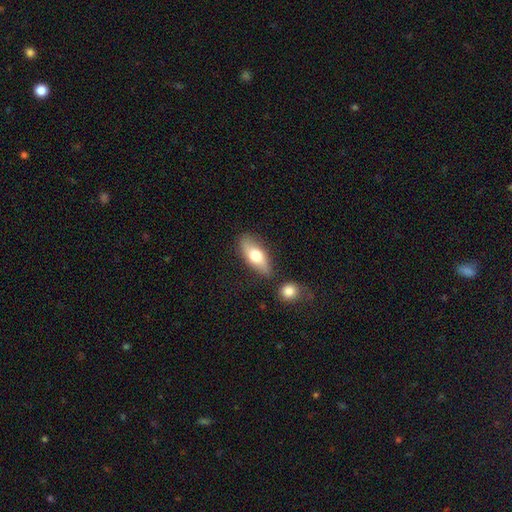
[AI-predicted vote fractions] Smooth or featured: smooth — 64% (featured or disk — 30%)
How rounded: in between — 76% (cigar-shaped — 21%)
Merging: none — 76% (minor disturbance — 14%)